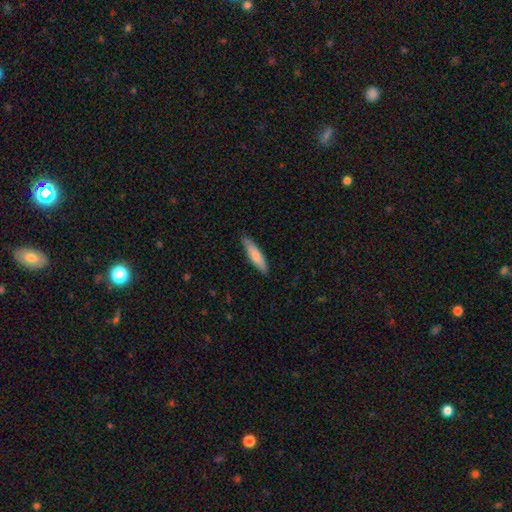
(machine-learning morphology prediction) smooth-or-featured: smooth: 76% | featured or disk: 19% | star or artifact: 5%
  how-rounded: cigar-shaped: 74% | in between: 24% | round: 1%
  merging: none: 84% | minor disturbance: 12% | major disturbance: 2% | merger: 1%